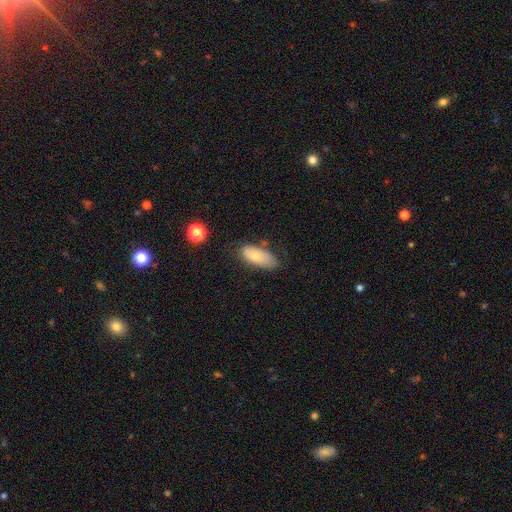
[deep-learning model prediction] smooth_or_featured: smooth (p=0.73) [alt: featured or disk p=0.20]
how_rounded: in between (p=0.87) [alt: cigar-shaped p=0.10]
merging: none (p=0.64) [alt: minor disturbance p=0.26]